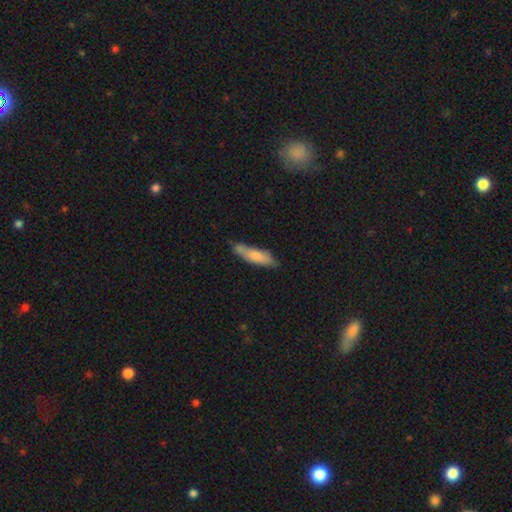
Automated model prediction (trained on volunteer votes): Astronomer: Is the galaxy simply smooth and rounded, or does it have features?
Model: smooth — 73%.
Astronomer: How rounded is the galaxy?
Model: cigar-shaped — 66%.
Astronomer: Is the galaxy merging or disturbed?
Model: none — 66%.